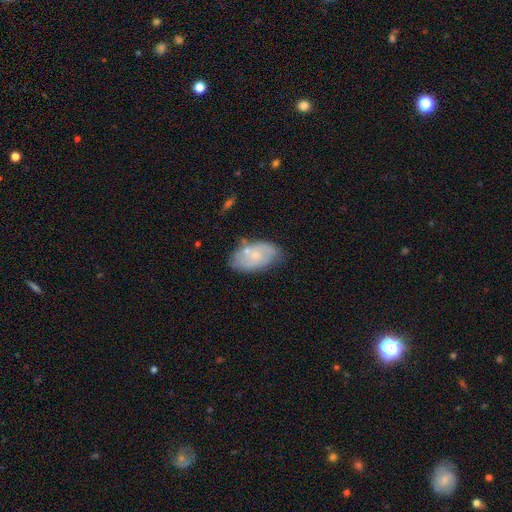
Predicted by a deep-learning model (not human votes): Smooth or featured? Predicted: featured or disk (p=0.51). Edge-on disk? Predicted: no (p=0.95). Merging? Predicted: none (p=0.62).